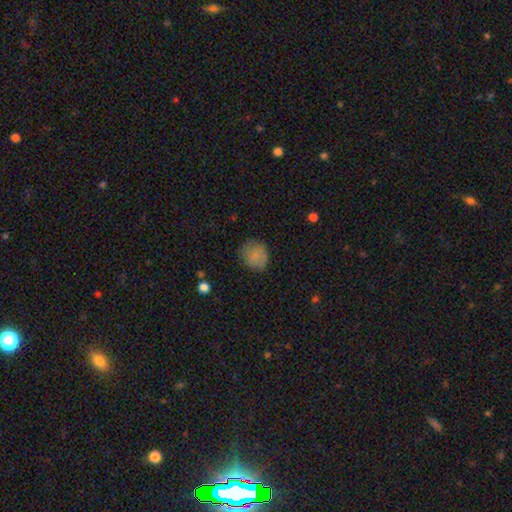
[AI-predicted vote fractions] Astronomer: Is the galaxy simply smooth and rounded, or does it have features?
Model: smooth — 80%.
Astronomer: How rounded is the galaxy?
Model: round — 78%.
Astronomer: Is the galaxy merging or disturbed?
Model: none — 72%.